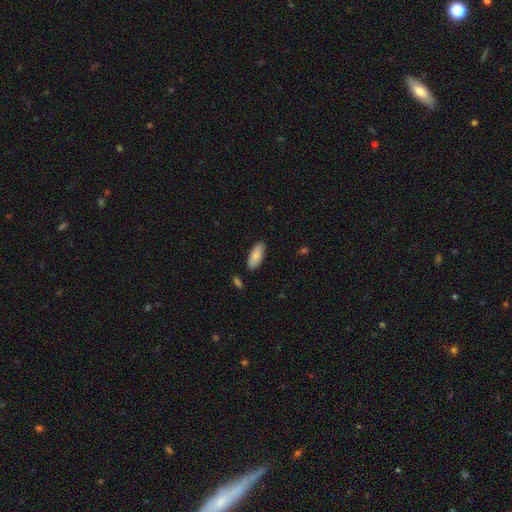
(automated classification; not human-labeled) The model was most divided on "how rounded": in between: 83%, cigar-shaped: 15%, round: 2%. More confident: merging — none (86%); smooth or featured — smooth (85%).